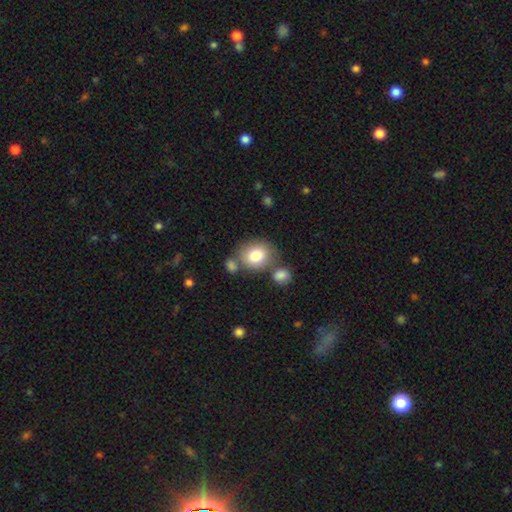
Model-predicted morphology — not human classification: smooth_or_featured: smooth (p=0.81) [alt: featured or disk p=0.11]
how_rounded: round (p=0.68) [alt: in between p=0.31]
merging: none (p=0.62) [alt: merger p=0.20]